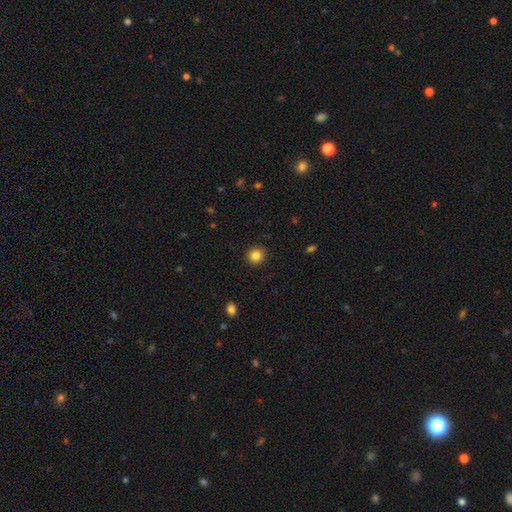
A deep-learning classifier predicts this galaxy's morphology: This is clearly a smooth galaxy (85%). How rounded: clearly round (92%). Merging: clearly none (91%).